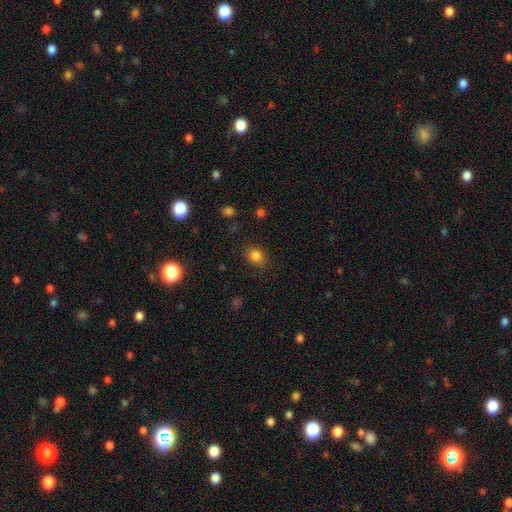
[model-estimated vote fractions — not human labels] Smooth or featured: smooth — 83% (star or artifact — 12%)
How rounded: round — 55% (in between — 44%)
Merging: none — 82% (minor disturbance — 13%)